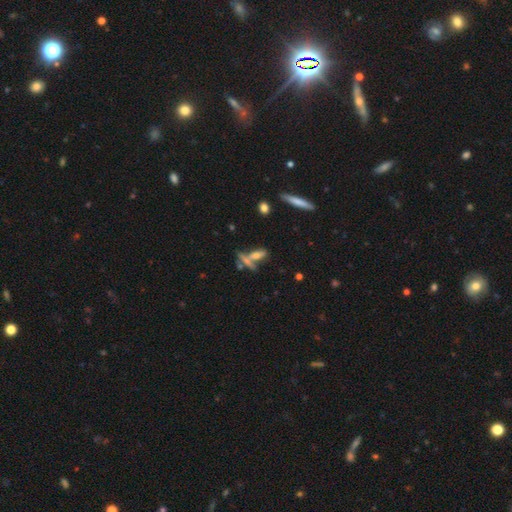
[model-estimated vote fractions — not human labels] smooth_or_featured: smooth (p=0.48) [alt: featured or disk p=0.38]
merging: none (p=0.43) [alt: merger p=0.36]